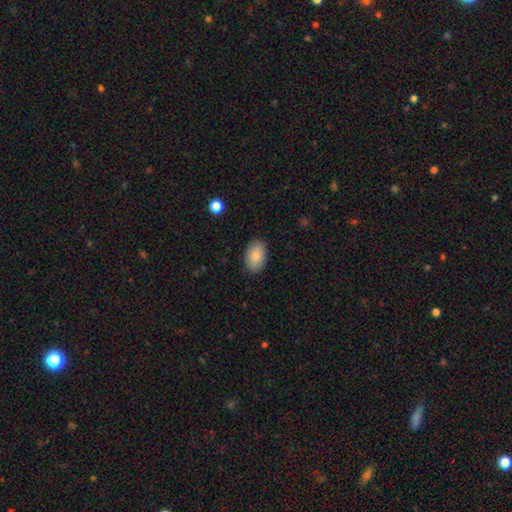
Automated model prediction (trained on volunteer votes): Morphology: type=smooth (86%); roundness=in between (91%); merging=none (88%).